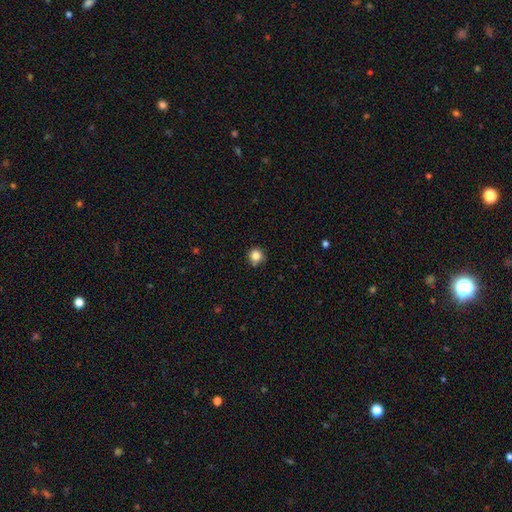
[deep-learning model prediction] Morphology: type=smooth (83%); roundness=round (94%); merging=none (86%).